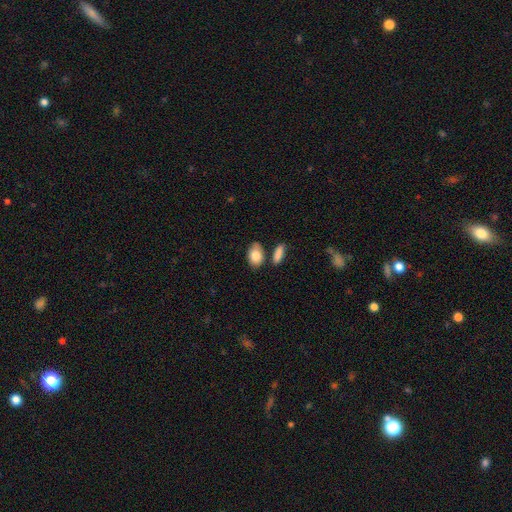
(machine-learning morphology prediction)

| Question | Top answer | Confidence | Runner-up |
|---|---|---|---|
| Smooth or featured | smooth | 83% | featured or disk (10%) |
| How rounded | in between | 86% | round (12%) |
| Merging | none | 65% | minor disturbance (19%) |